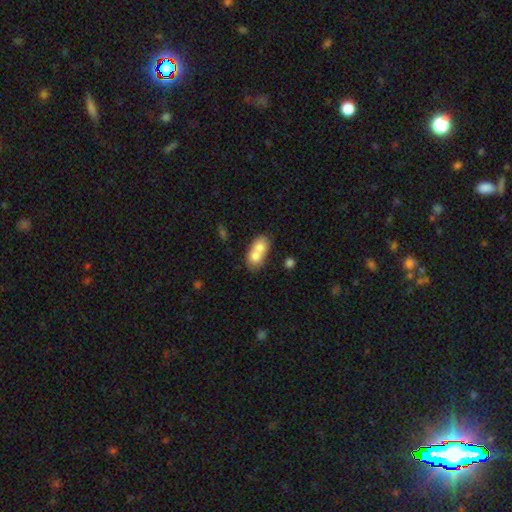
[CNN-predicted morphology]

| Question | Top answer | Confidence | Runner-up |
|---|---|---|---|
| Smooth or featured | smooth | 69% | featured or disk (23%) |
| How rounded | in between | 61% | round (37%) |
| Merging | merger | 74% | none (17%) |